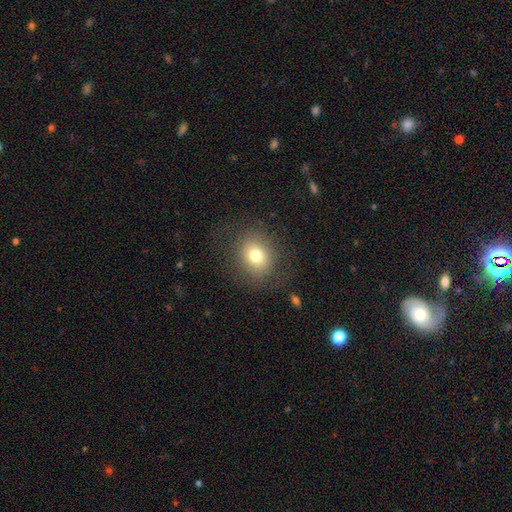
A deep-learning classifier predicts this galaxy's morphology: Smooth or featured: smooth — 74% (featured or disk — 13%)
How rounded: round — 71% (in between — 28%)
Merging: none — 79% (minor disturbance — 12%)